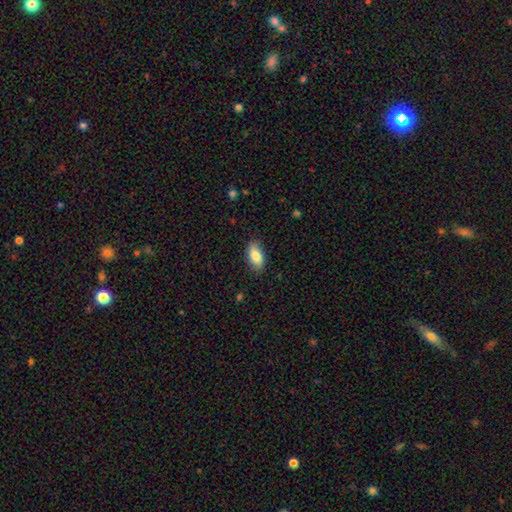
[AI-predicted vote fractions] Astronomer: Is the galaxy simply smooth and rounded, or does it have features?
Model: smooth — 83%.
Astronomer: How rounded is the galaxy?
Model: in between — 91%.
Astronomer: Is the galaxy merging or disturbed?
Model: none — 85%.